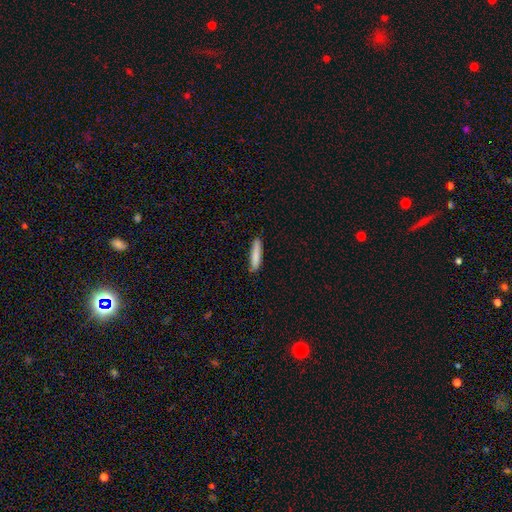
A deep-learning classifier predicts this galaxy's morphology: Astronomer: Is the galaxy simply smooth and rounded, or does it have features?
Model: smooth — 84%.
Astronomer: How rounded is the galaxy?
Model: cigar-shaped — 85%.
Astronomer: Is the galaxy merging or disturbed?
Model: none — 82%.